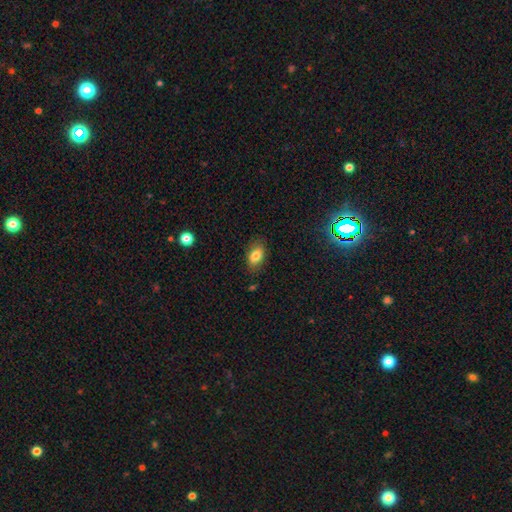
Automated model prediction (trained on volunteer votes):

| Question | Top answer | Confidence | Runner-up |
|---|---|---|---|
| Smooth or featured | smooth | 82% | featured or disk (10%) |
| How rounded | in between | 88% | round (9%) |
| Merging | none | 81% | minor disturbance (14%) |